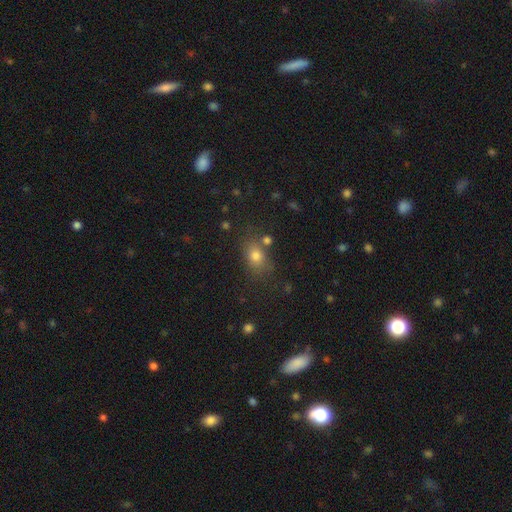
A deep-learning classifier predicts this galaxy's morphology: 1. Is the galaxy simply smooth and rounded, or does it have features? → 76% smooth, 15% star or artifact, 9% featured or disk.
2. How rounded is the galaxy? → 60% in between, 38% round, 2% cigar-shaped.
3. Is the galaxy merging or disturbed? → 71% none, 14% minor disturbance, 10% merger, 5% major disturbance.